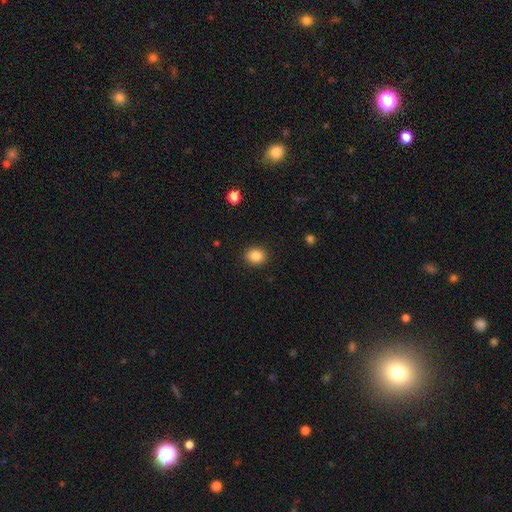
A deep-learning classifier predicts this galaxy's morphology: smooth 85%, star or artifact 10%, featured or disk 5%. Down the decision tree: how rounded — round (69%); merging — none (90%).